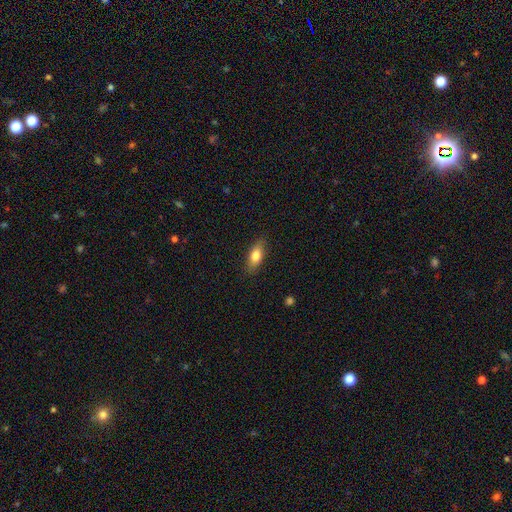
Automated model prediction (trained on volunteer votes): This is likely a smooth galaxy (76%). How rounded: likely in between (76%). Merging: clearly none (85%).